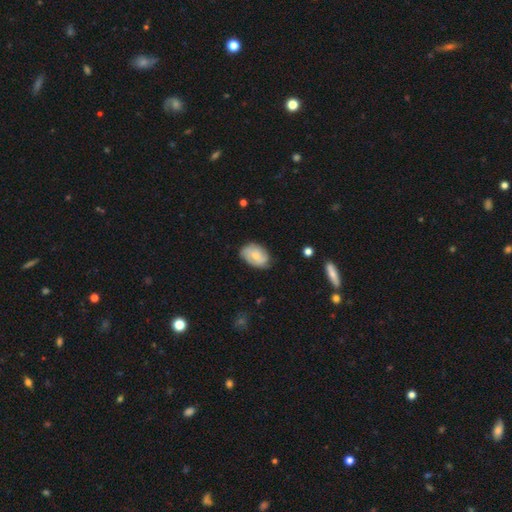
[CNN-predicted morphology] Q: Smooth or featured?
A: smooth (51%); runner-up: featured or disk (42%)
Q: How rounded?
A: in between (84%); runner-up: round (15%)
Q: Merging?
A: none (73%); runner-up: minor disturbance (22%)